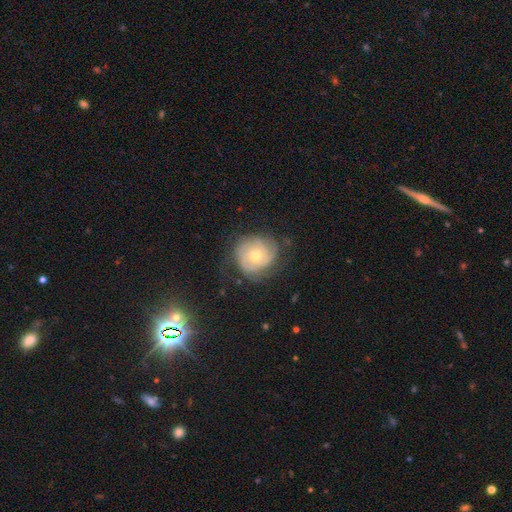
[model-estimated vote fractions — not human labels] Morphology: type=featured or disk (69%); edge-on=no (97%); bar=no (81%); spiral arms=yes (87%); winding=tight (65%); arm count=can't tell (41%); bulge=moderate (49%); merging=none (66%).